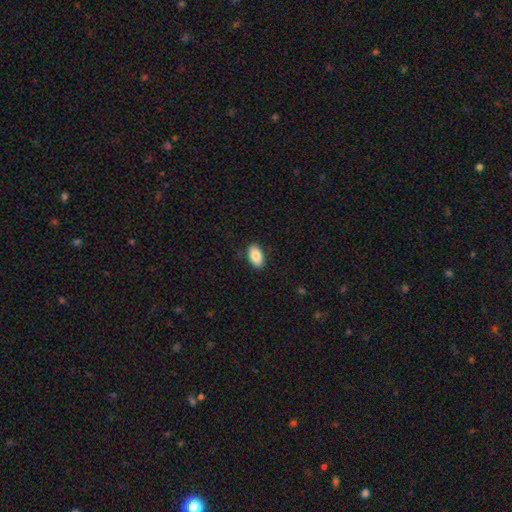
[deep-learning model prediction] smooth 84%, featured or disk 9%, star or artifact 7%. Down the decision tree: how rounded — in between (93%); merging — none (87%).